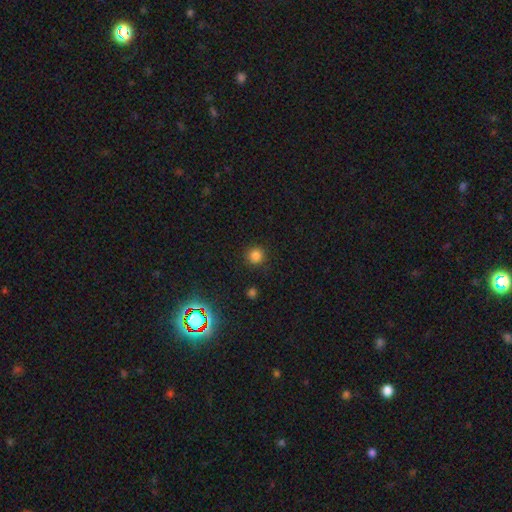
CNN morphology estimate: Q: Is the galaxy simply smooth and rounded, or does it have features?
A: smooth — 82%.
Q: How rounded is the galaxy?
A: round — 94%.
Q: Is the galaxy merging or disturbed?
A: none — 90%.